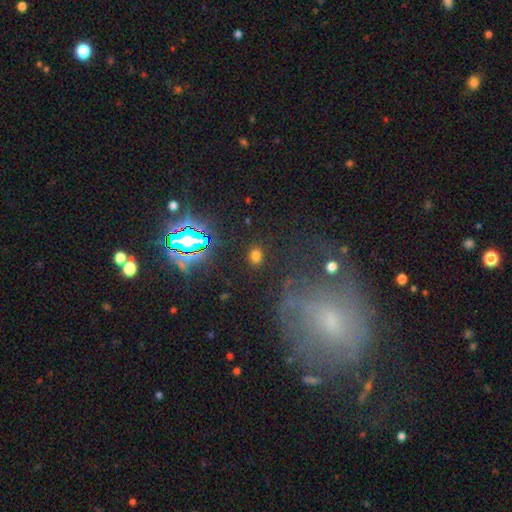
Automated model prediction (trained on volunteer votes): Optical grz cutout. It shows a smooth galaxy with no disk features (68%) that is round (59%). Merging: none (88%).